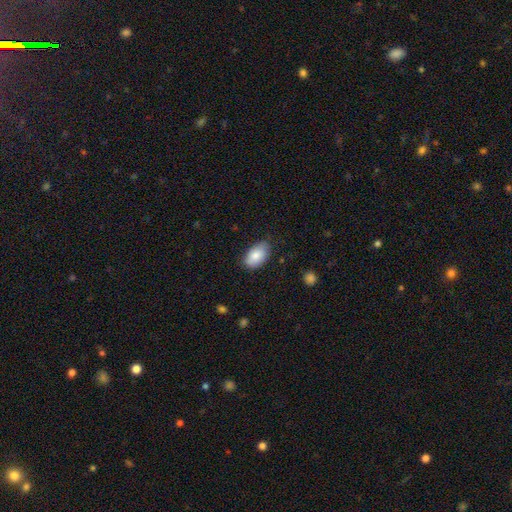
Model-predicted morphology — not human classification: Overall: smooth (84%). How rounded: in between (93%). Merging: none (77%).